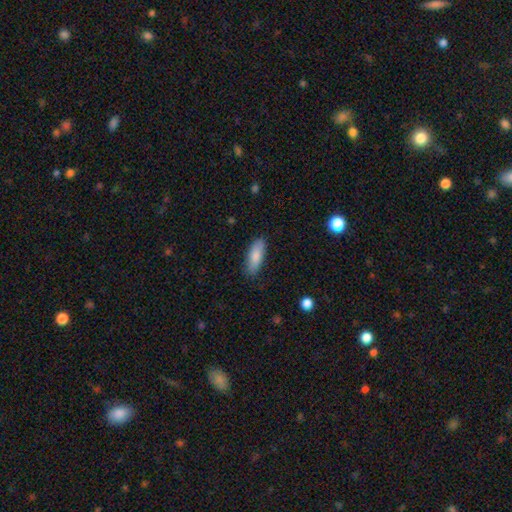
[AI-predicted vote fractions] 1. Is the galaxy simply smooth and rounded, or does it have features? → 83% smooth, 11% featured or disk, 6% star or artifact.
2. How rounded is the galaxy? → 69% in between, 29% cigar-shaped, 2% round.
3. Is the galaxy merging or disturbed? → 82% none, 14% minor disturbance, 3% major disturbance, 1% merger.